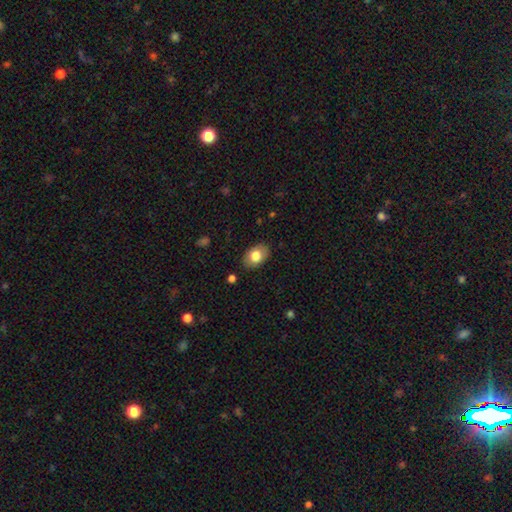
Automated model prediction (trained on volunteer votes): smooth 79%, featured or disk 14%, star or artifact 7%. Down the decision tree: how rounded — in between (83%); merging — none (86%).